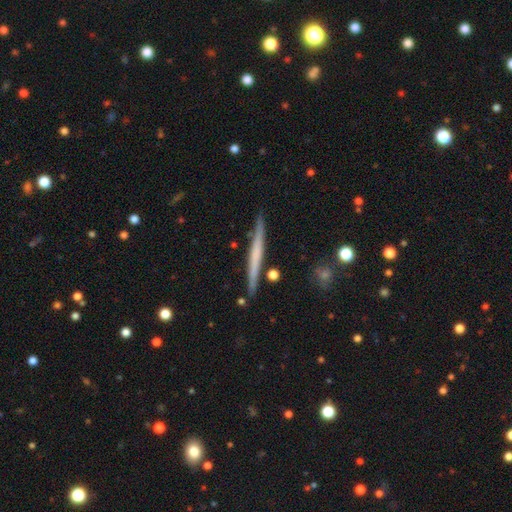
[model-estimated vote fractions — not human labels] smooth_or_featured: featured or disk (p=0.53) [alt: smooth p=0.42]
disk_edge_on: yes (p=0.97) [alt: no p=0.03]
edge_on_bulge: none (p=0.79) [alt: rounded p=0.12]
merging: none (p=0.88) [alt: minor disturbance p=0.09]